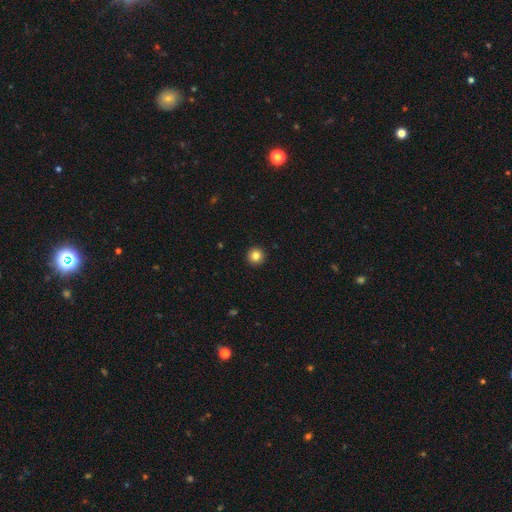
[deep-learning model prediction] smooth_or_featured: smooth (p=0.84) [alt: star or artifact p=0.10]
how_rounded: round (p=0.96) [alt: in between p=0.03]
merging: none (p=0.94) [alt: minor disturbance p=0.04]